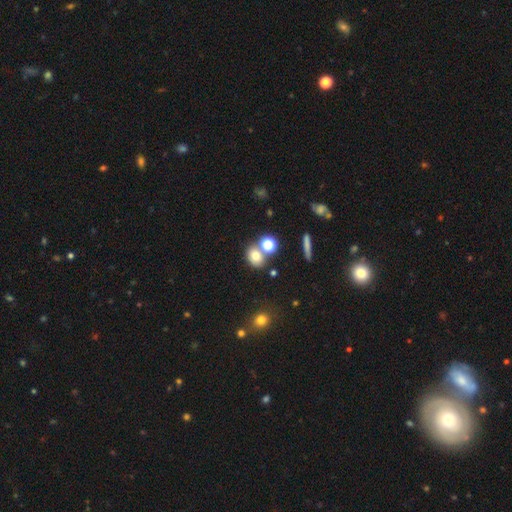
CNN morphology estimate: Smooth or featured? smooth (73%)
How rounded? round (54%)
Merging? none (60%)